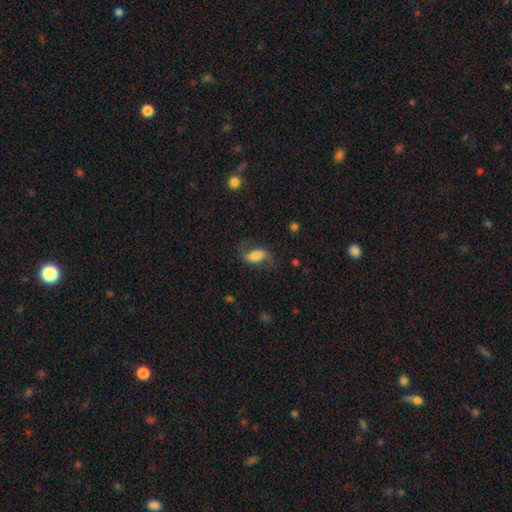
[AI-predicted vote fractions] smooth_or_featured: featured or disk (p=0.47) [alt: smooth p=0.44]
merging: none (p=0.64) [alt: minor disturbance p=0.19]